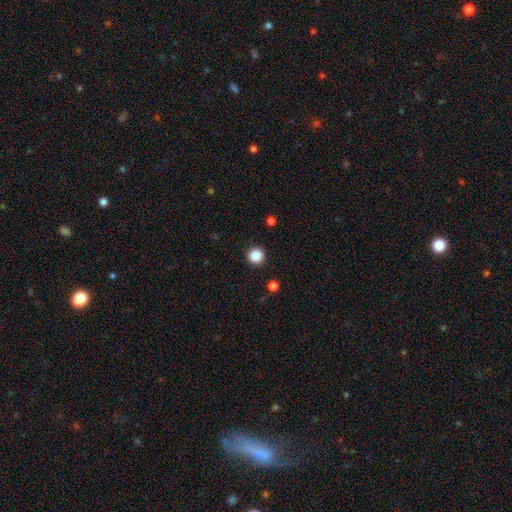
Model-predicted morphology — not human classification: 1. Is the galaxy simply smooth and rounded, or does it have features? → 87% smooth, 10% star or artifact, 3% featured or disk.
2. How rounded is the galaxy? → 96% round, 3% in between, 1% cigar-shaped.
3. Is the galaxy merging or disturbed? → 93% none, 4% minor disturbance, 2% major disturbance, 1% merger.